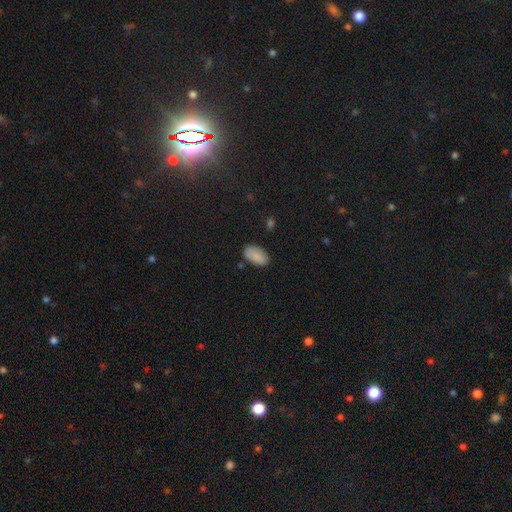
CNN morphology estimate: Smooth or featured? Predicted: smooth (p=0.88). How rounded? Predicted: in between (p=0.95). Merging? Predicted: none (p=0.81).